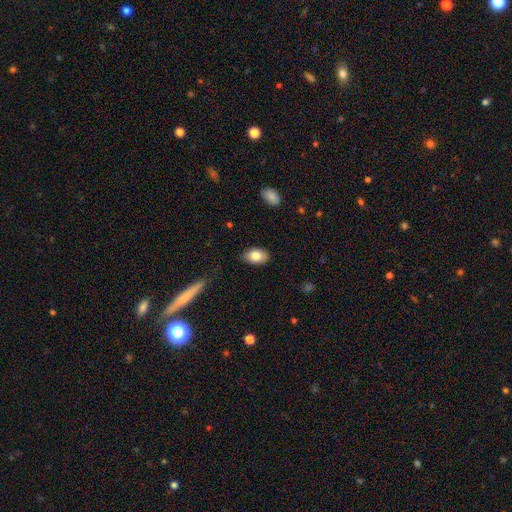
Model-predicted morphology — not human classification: Smooth or featured? smooth (82%)
How rounded? in between (89%)
Merging? none (83%)